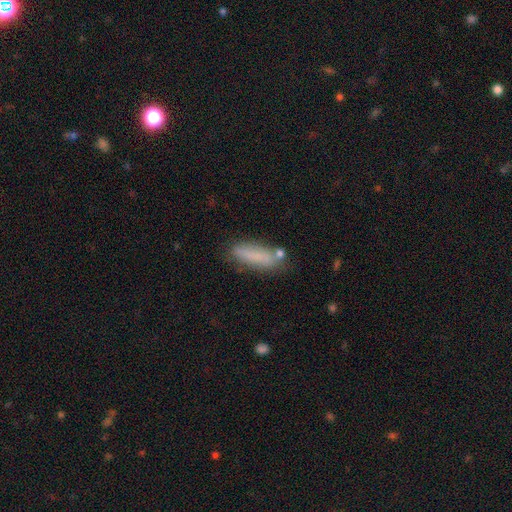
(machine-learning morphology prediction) The model was most divided on "how rounded": cigar-shaped: 55%, in between: 43%, round: 2%. More confident: smooth or featured — smooth (78%); merging — none (66%).